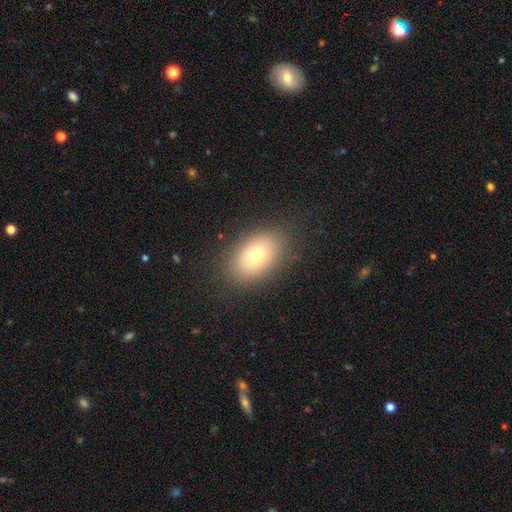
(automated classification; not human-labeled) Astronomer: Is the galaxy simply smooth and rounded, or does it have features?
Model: smooth — 74%.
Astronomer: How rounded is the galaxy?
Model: in between — 85%.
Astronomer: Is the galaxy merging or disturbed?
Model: none — 83%.